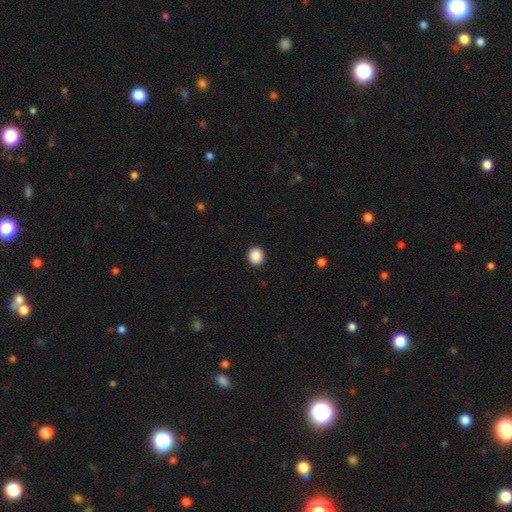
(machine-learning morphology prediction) Smooth or featured: smooth — 89% (star or artifact — 9%)
How rounded: round — 80% (in between — 19%)
Merging: none — 92% (minor disturbance — 6%)